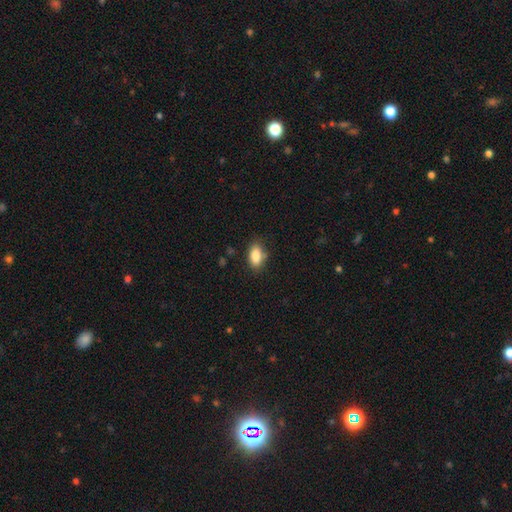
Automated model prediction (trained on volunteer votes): smooth 86%, star or artifact 8%, featured or disk 6%. Down the decision tree: how rounded — in between (90%); merging — none (78%).